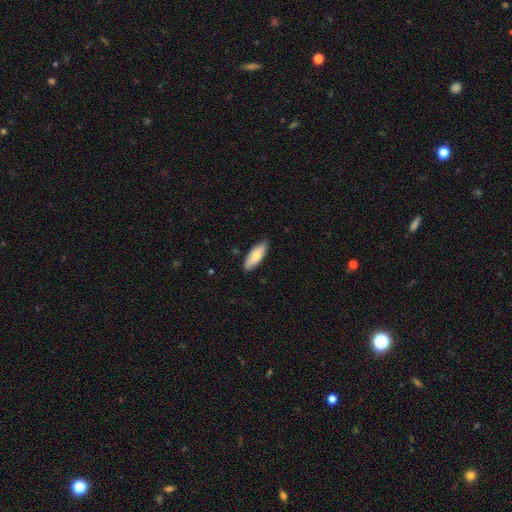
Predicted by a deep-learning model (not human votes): Smooth or featured: smooth — 79% (featured or disk — 16%)
How rounded: in between — 72% (cigar-shaped — 26%)
Merging: none — 87% (minor disturbance — 11%)